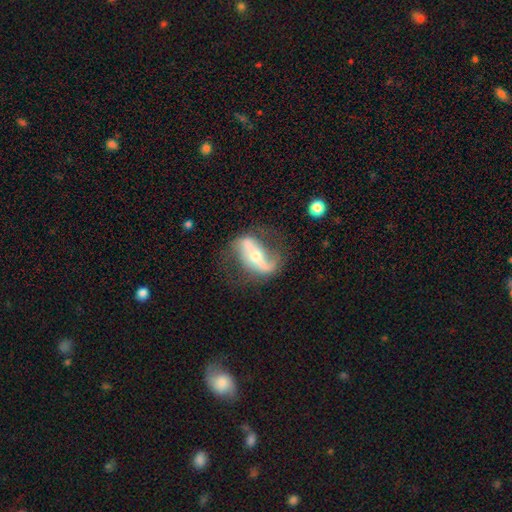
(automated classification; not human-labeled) A featured or disk galaxy (81%) with a strong bar (65%), 2 (83%) loose (73%) spiral arms (82%) and a small central bulge (47%).

Vote fractions:
- Smooth or featured? featured or disk: 81% / smooth: 13% / star or artifact: 6%
- Edge-on disk? no: 84% / yes: 16%
- Bar? strong: 65% / weak: 18% / no: 17%
- Spiral arms? yes: 82% / no: 18%
- Spiral winding? loose: 73% / medium: 20% / tight: 7%
- Spiral arm count? 2: 83% / 1: 9% / can't tell: 5% / 3: 1% / 4: 1% / more than 4: 1%
- Bulge size? small: 47% / moderate: 46% / large: 4% / none: 2% / dominant: 1%
- Merging? none: 60% / minor disturbance: 20% / major disturbance: 17% / merger: 3%